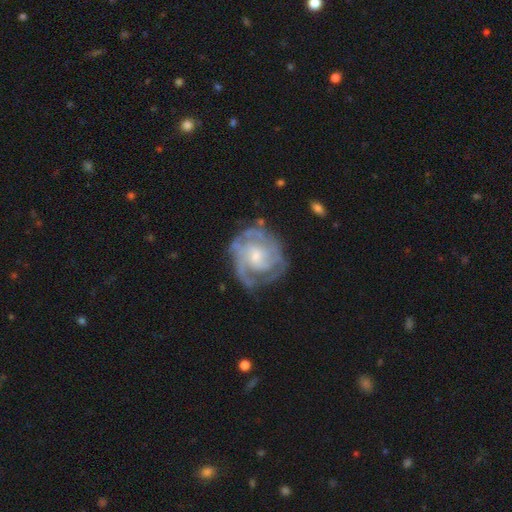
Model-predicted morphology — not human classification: Smooth or featured: featured or disk — 84% (smooth — 11%)
Edge-on disk: no — 98% (yes — 2%)
Bar: no — 61% (weak — 33%)
Spiral arms: yes — 93% (no — 7%)
Spiral winding: tight — 55% (medium — 36%)
Spiral arm count: can't tell — 32% (3 — 25%)
Bulge size: small — 58% (moderate — 34%)
Merging: none — 67% (minor disturbance — 19%)